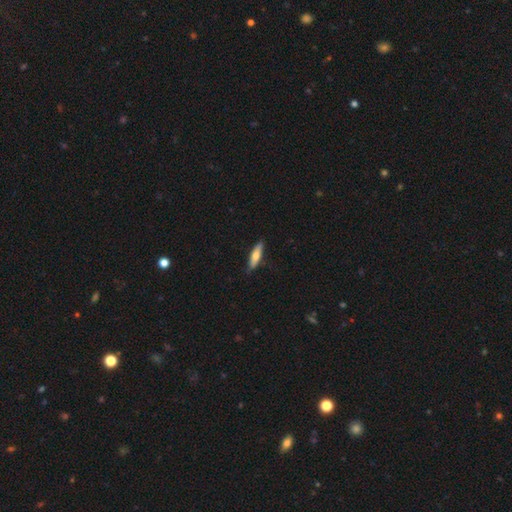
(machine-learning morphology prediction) Q: Smooth or featured?
A: smooth (64%); runner-up: featured or disk (30%)
Q: How rounded?
A: cigar-shaped (69%); runner-up: in between (29%)
Q: Merging?
A: none (84%); runner-up: minor disturbance (13%)